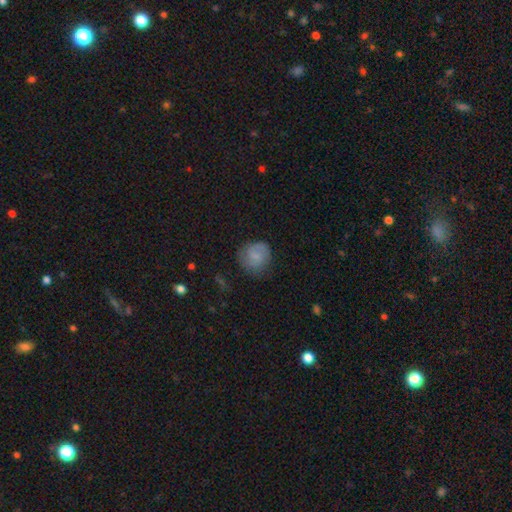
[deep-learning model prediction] Overall: smooth (71%). How rounded: round (83%). Merging: none (67%).